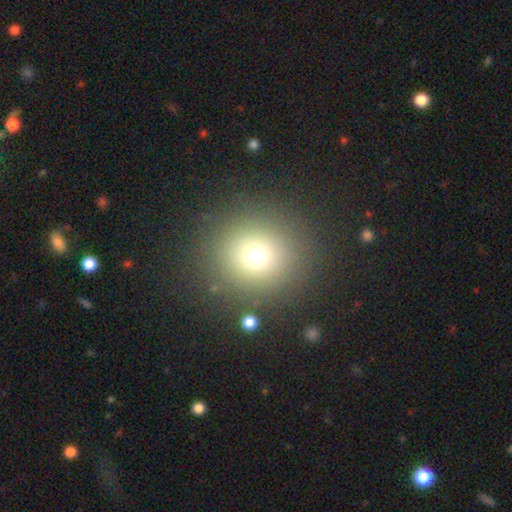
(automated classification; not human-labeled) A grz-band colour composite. It shows a smooth galaxy with no disk features (71%) that is round (92%). Merging: none (88%).